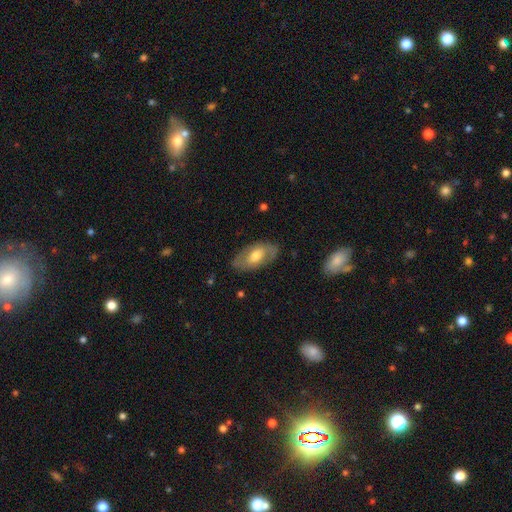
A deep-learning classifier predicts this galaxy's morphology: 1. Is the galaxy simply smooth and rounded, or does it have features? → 54% featured or disk, 40% smooth, 6% star or artifact.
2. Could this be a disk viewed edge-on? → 90% no, 10% yes.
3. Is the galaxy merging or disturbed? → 80% none, 14% minor disturbance, 5% major disturbance, 1% merger.